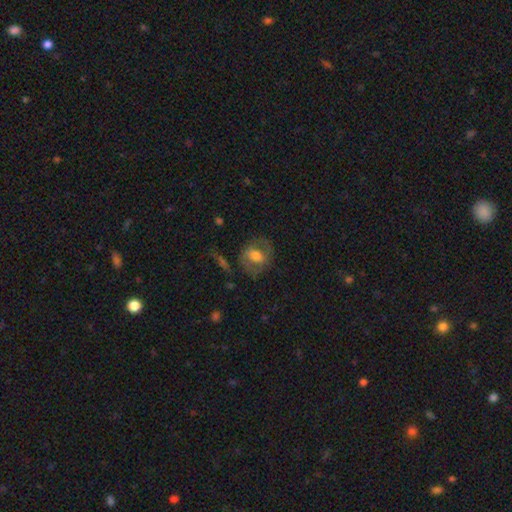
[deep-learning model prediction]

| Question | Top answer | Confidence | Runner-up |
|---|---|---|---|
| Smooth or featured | smooth | 51% | featured or disk (41%) |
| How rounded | round | 54% | in between (44%) |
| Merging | none | 66% | minor disturbance (19%) |